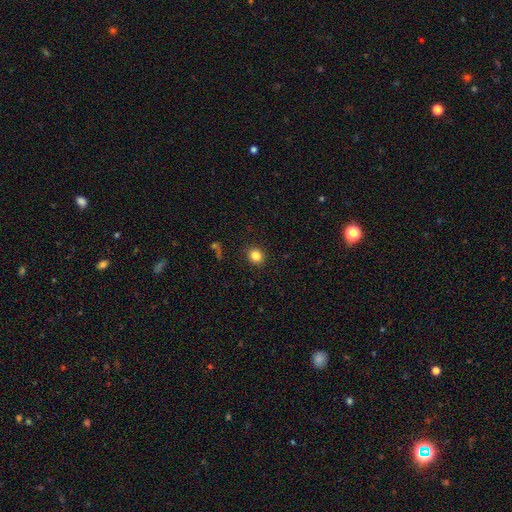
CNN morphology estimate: smooth-or-featured: smooth: 83% | star or artifact: 12% | featured or disk: 6%
  how-rounded: round: 79% | in between: 20% | cigar-shaped: 1%
  merging: none: 91% | minor disturbance: 6% | major disturbance: 2% | merger: 1%